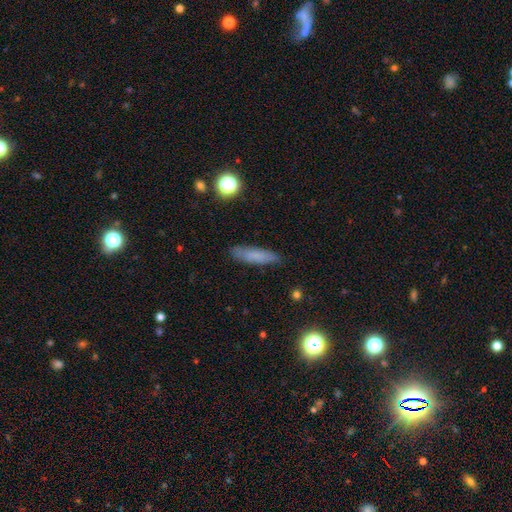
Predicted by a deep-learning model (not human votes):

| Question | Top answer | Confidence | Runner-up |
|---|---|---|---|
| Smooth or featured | smooth | 75% | featured or disk (16%) |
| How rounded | cigar-shaped | 74% | in between (24%) |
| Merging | none | 85% | minor disturbance (11%) |